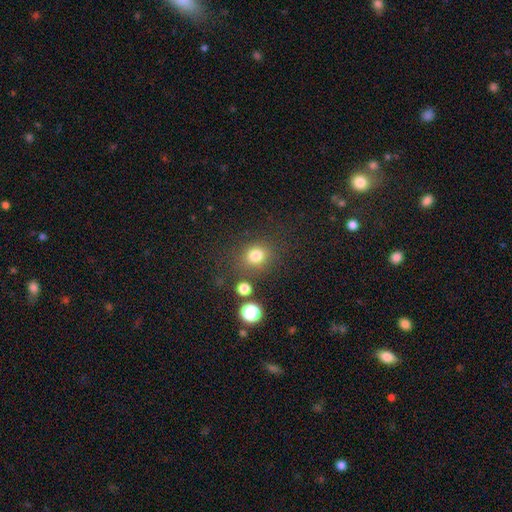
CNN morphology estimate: smooth 80%, star or artifact 14%, featured or disk 6%. Down the decision tree: how rounded — round (79%); merging — none (76%).